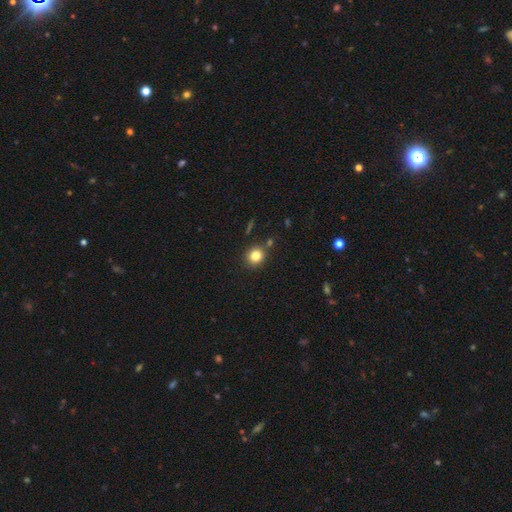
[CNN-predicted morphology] Q: Smooth or featured?
A: smooth (81%); runner-up: star or artifact (12%)
Q: How rounded?
A: round (88%); runner-up: in between (12%)
Q: Merging?
A: none (83%); runner-up: minor disturbance (8%)